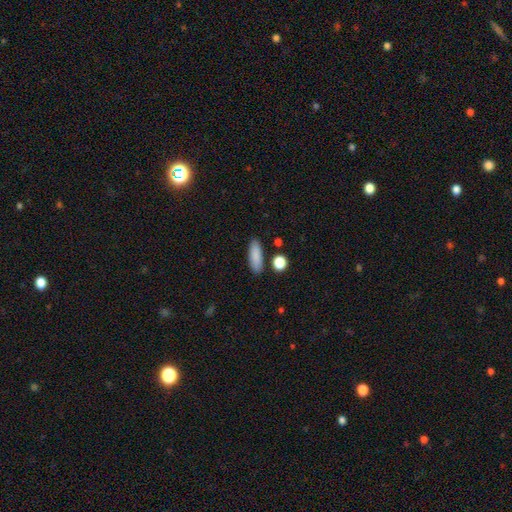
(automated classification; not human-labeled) smooth_or_featured: smooth (p=0.86) [alt: featured or disk p=0.07]
how_rounded: in between (p=0.54) [alt: cigar-shaped p=0.43]
merging: none (p=0.85) [alt: minor disturbance p=0.08]